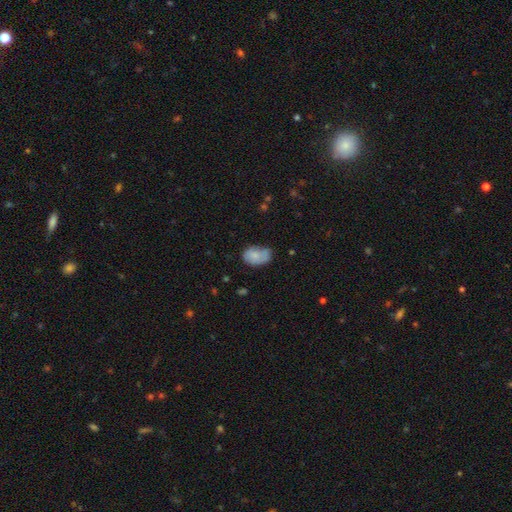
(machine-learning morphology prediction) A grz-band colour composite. It shows a smooth galaxy with no disk features (75%) that is in between round and cigar-shaped (85%). Merging: none (48%).